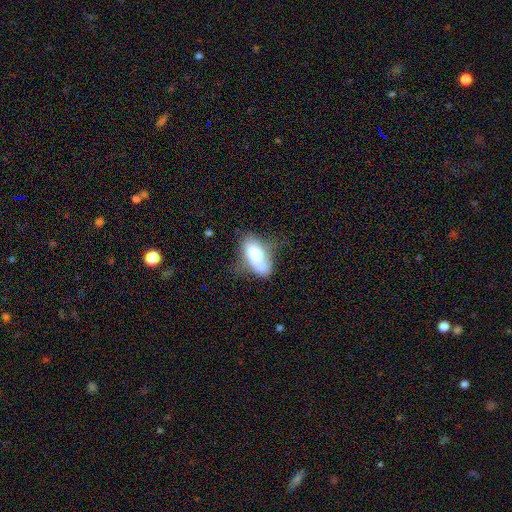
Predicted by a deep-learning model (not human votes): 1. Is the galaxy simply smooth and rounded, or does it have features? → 69% smooth, 24% featured or disk, 7% star or artifact.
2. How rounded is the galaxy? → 89% in between, 8% cigar-shaped, 3% round.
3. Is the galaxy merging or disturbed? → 42% none, 35% minor disturbance, 18% major disturbance, 5% merger.